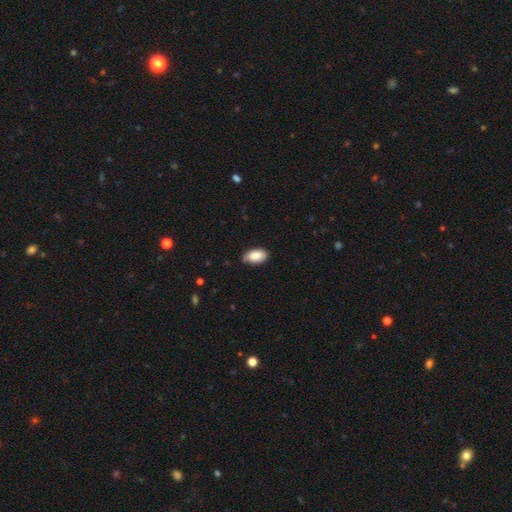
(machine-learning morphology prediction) type=smooth (87%); roundness=in between (94%); merging=none (73%).